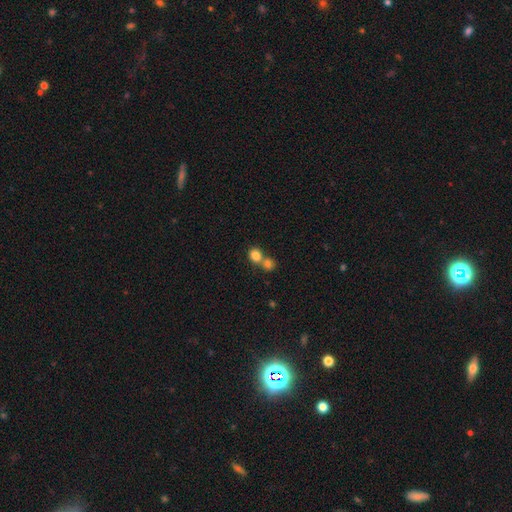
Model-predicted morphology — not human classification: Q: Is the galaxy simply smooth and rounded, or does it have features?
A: smooth — 83%.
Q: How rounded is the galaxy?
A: round — 73%.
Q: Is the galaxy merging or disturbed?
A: merger — 54%.